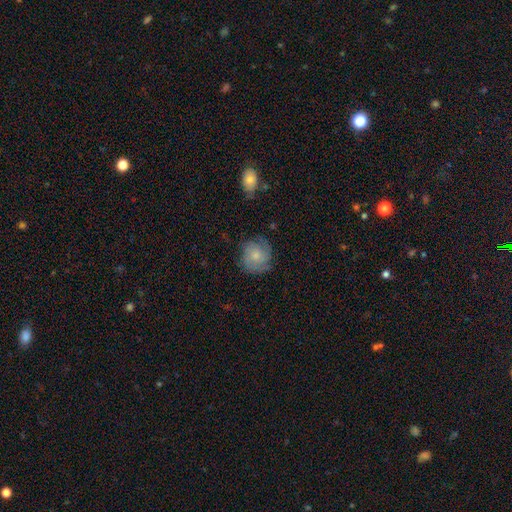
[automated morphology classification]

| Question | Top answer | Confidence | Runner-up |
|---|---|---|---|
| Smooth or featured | featured or disk | 46% | tied: smooth (46%) |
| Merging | none | 70% | minor disturbance (20%) |